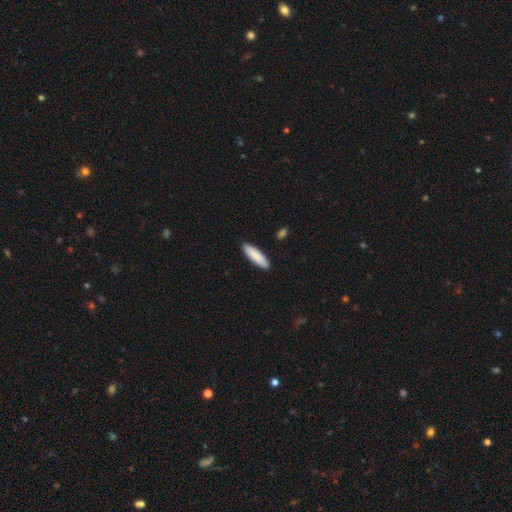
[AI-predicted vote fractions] The model was most divided on "how rounded": cigar-shaped: 65%, in between: 34%, round: 1%. More confident: merging — none (90%); smooth or featured — smooth (89%).